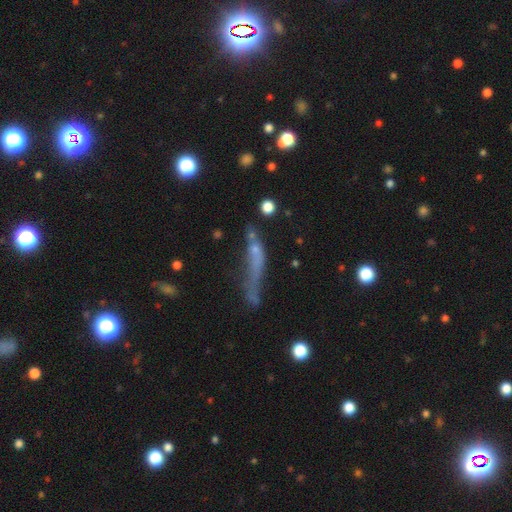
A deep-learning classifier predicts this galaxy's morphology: Overall: smooth (47%; featured or disk 36%). Merging: major disturbance (32%; none 29%).